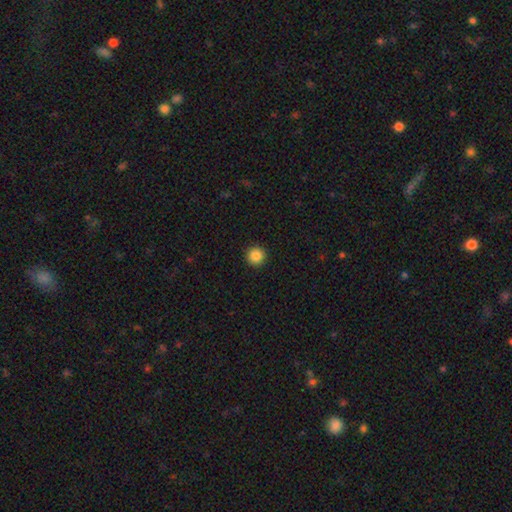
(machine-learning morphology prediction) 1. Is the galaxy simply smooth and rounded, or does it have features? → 86% smooth, 10% star or artifact, 4% featured or disk.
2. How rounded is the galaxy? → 96% round, 3% in between, 1% cigar-shaped.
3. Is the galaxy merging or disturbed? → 93% none, 4% minor disturbance, 2% major disturbance, 1% merger.